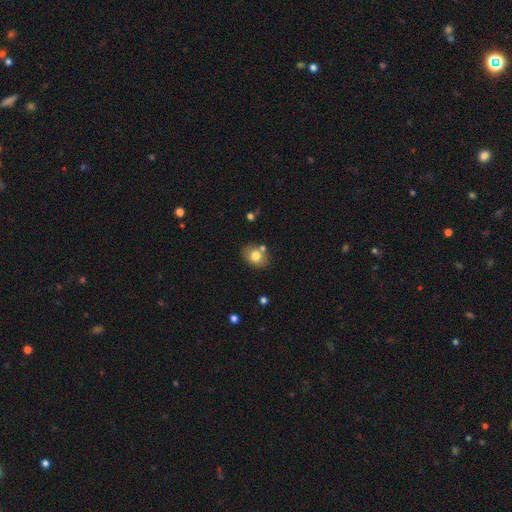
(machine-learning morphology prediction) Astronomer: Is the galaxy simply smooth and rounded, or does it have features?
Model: smooth — 76%.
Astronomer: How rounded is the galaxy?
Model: in between — 60% (runner-up: round, 39%).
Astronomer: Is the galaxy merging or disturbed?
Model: none — 74%.